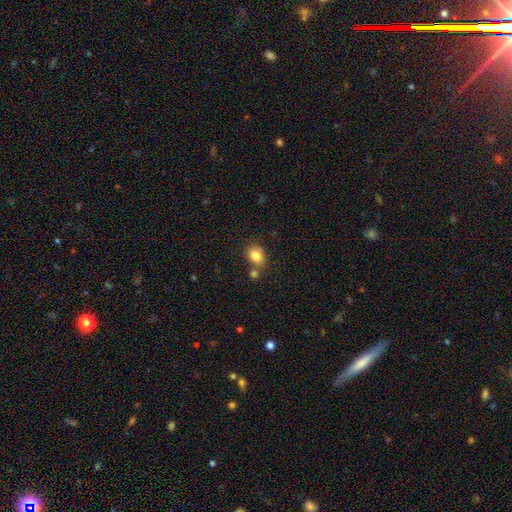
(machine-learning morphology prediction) smooth-or-featured: smooth: 82% | star or artifact: 10% | featured or disk: 8%
  how-rounded: round: 57% | in between: 42% | cigar-shaped: 1%
  merging: none: 65% | merger: 19% | minor disturbance: 13% | major disturbance: 4%